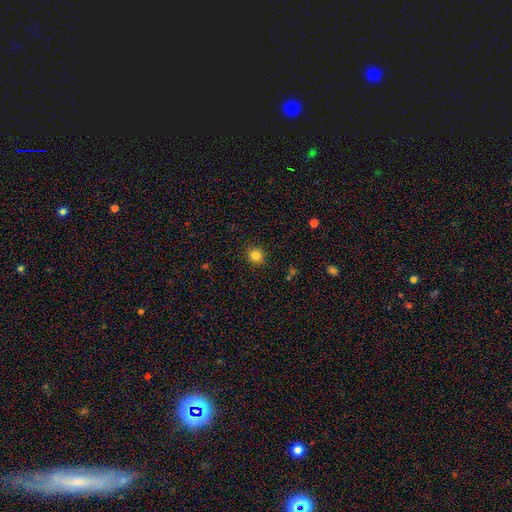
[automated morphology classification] smooth-or-featured: smooth: 83% | star or artifact: 12% | featured or disk: 5%
  how-rounded: round: 91% | in between: 8% | cigar-shaped: 1%
  merging: none: 91% | minor disturbance: 6% | major disturbance: 2% | merger: 1%